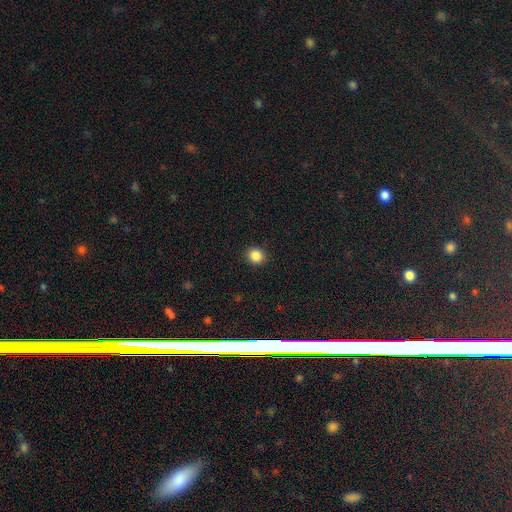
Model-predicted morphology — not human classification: type=smooth (86%); roundness=round (76%); merging=none (91%).